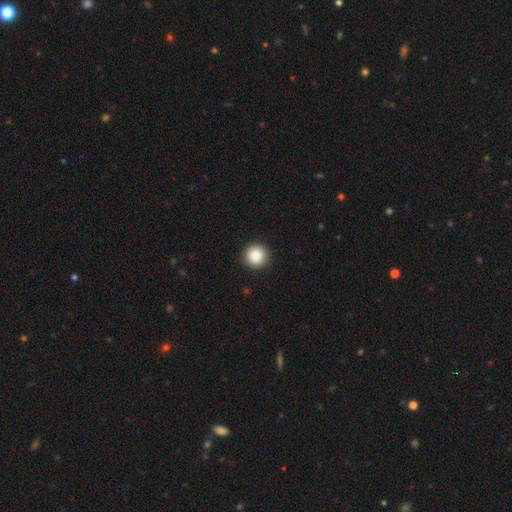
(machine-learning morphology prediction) Smooth or featured: smooth — 88% (star or artifact — 8%)
How rounded: round — 96% (in between — 3%)
Merging: none — 93% (minor disturbance — 5%)